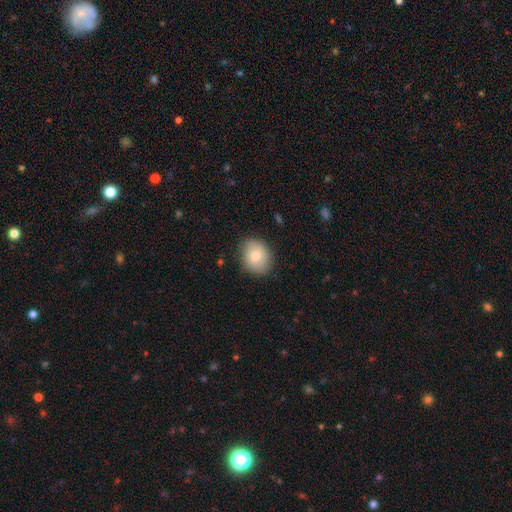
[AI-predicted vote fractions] smooth 79%, featured or disk 14%, star or artifact 8%. Down the decision tree: how rounded — round (59%); merging — none (84%).